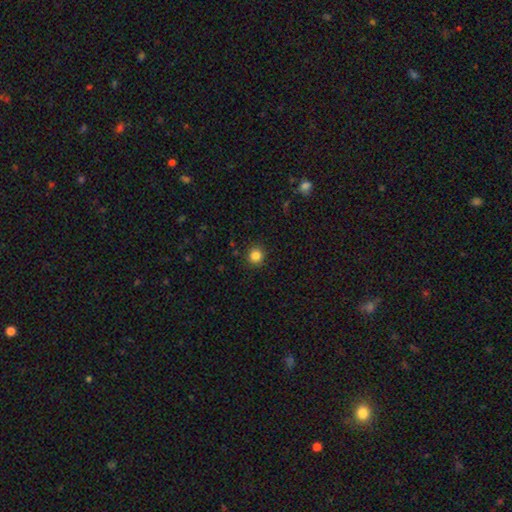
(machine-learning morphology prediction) type=smooth (84%); roundness=round (93%); merging=none (91%).